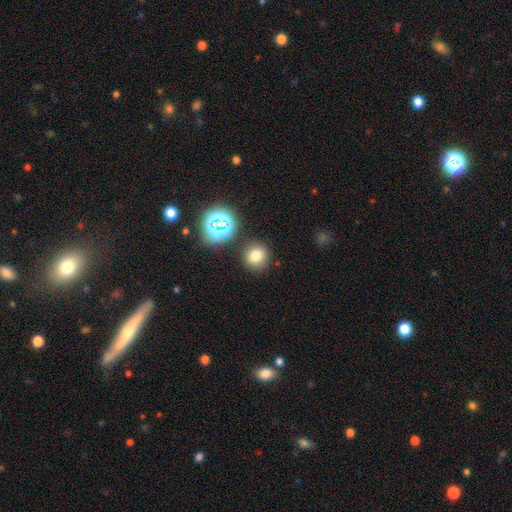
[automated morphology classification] smooth 73%, star or artifact 19%, featured or disk 8%. Down the decision tree: how rounded — round (91%); merging — none (85%).